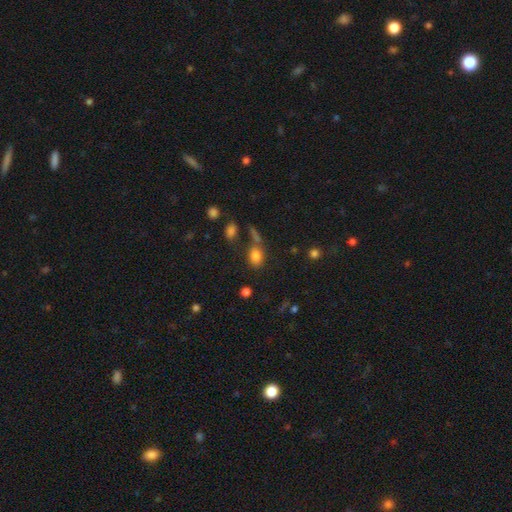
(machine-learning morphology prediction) The model was most divided on "merging": none: 63%, merger: 16%, minor disturbance: 15%, major disturbance: 6%. More confident: smooth or featured — smooth (80%); how rounded — in between (74%).